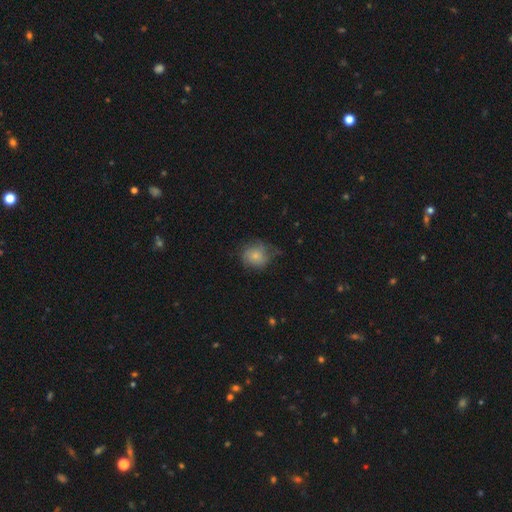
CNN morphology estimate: Overall: smooth (76%). How rounded: round (76%). Merging: none (54%; minor disturbance 31%).